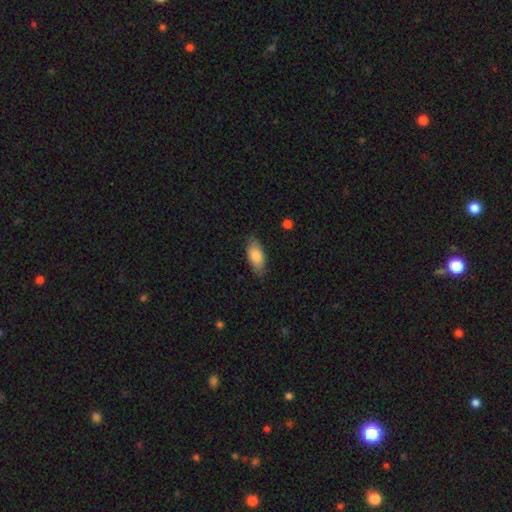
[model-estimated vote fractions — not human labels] smooth 83%, featured or disk 11%, star or artifact 6%. Down the decision tree: how rounded — in between (86%); merging — none (83%).